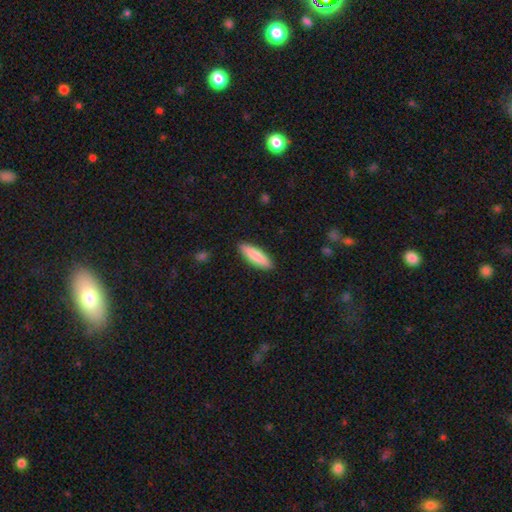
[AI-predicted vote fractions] This is clearly a smooth galaxy (84%). How rounded: likely cigar-shaped (63%). Merging: clearly none (90%).